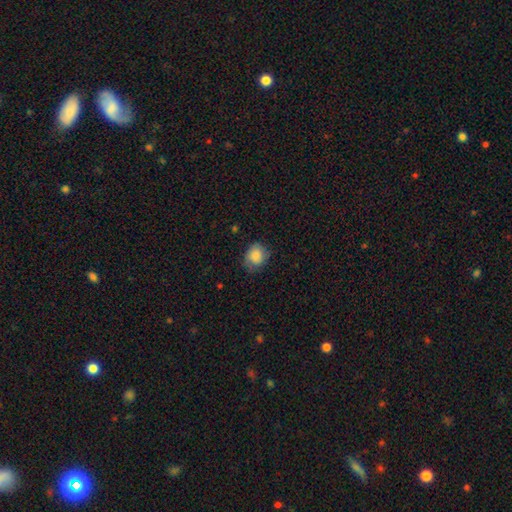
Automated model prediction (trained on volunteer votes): Smooth or featured? Predicted: smooth (p=0.85). How rounded? Predicted: round (p=0.61). Merging? Predicted: none (p=0.68).